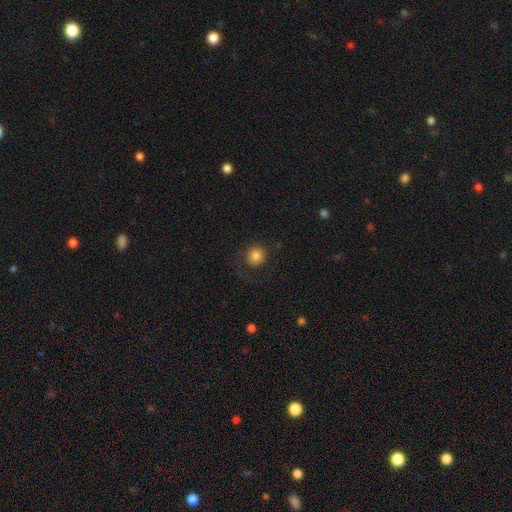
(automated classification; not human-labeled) Morphology: type=smooth (82%); roundness=round (91%); merging=none (77%).